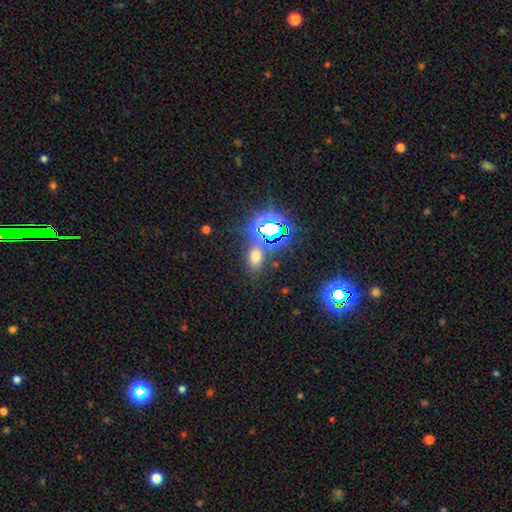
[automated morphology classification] type=smooth (53%); roundness=in between (80%); merging=none (75%).